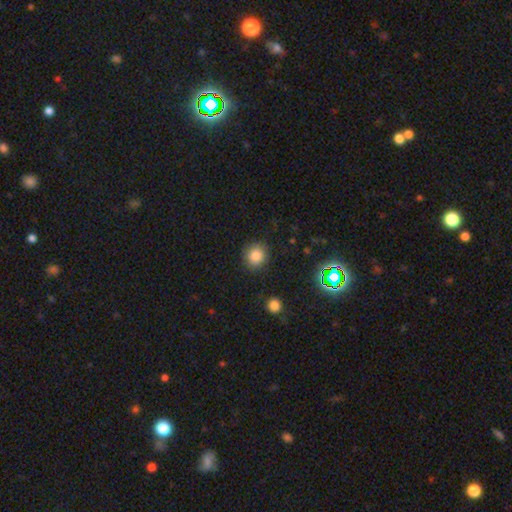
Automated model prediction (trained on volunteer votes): This appears to be a smooth galaxy with no disk features (83%) that is round (86%). Merging: none (85%).